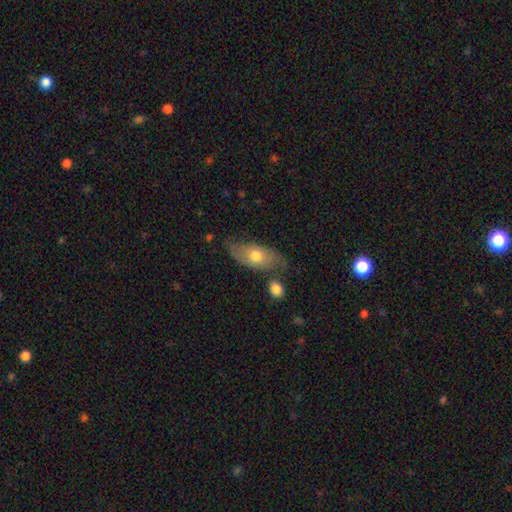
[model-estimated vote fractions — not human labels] smooth-or-featured: smooth: 62% | featured or disk: 32% | star or artifact: 6%
  how-rounded: in between: 84% | cigar-shaped: 10% | round: 5%
  merging: none: 62% | minor disturbance: 23% | merger: 8% | major disturbance: 7%